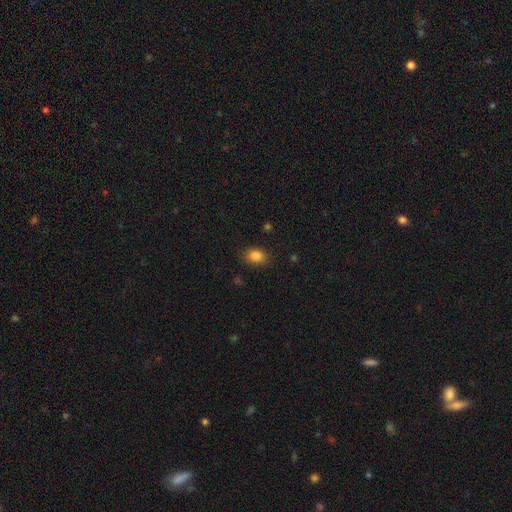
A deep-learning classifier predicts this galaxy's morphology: smooth 85%, star or artifact 10%, featured or disk 5%. Down the decision tree: how rounded — in between (71%); merging — none (81%).